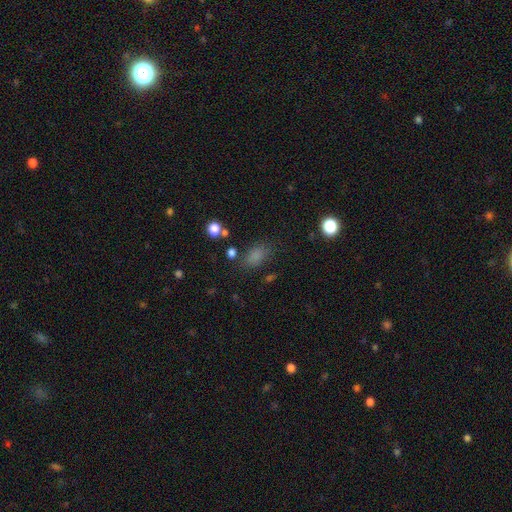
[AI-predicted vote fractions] A smooth galaxy with no disk features (78%) that is in between round and cigar-shaped (83%).

Vote fractions:
- Smooth or featured? smooth: 78% / star or artifact: 16% / featured or disk: 6%
- How rounded? in between: 83% / round: 14% / cigar-shaped: 3%
- Merging? none: 71% / minor disturbance: 18% / major disturbance: 7% / merger: 4%